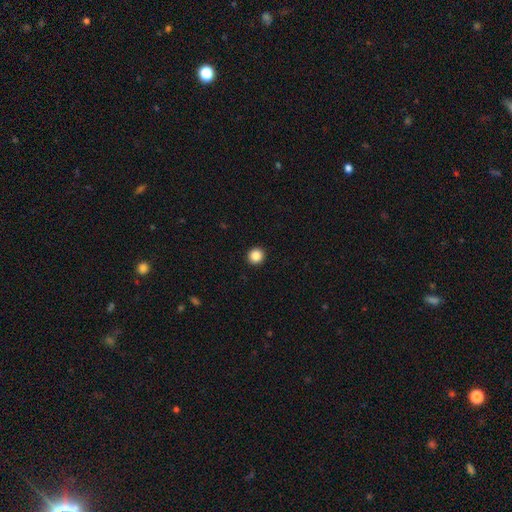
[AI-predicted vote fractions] Q: Smooth or featured?
A: smooth (87%); runner-up: star or artifact (10%)
Q: How rounded?
A: round (94%); runner-up: in between (5%)
Q: Merging?
A: none (94%); runner-up: minor disturbance (4%)